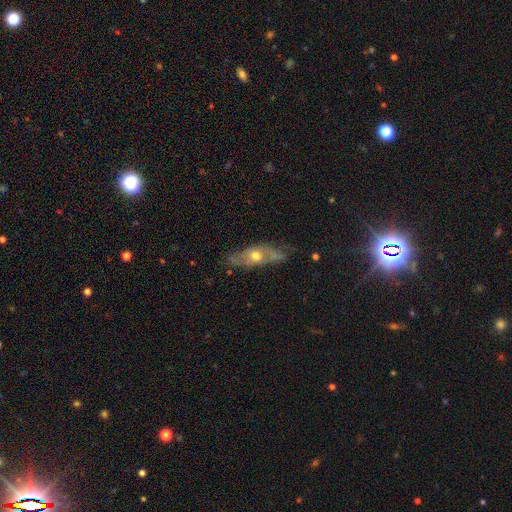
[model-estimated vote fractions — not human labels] A featured or disk galaxy (60%). Merging: none (62%).